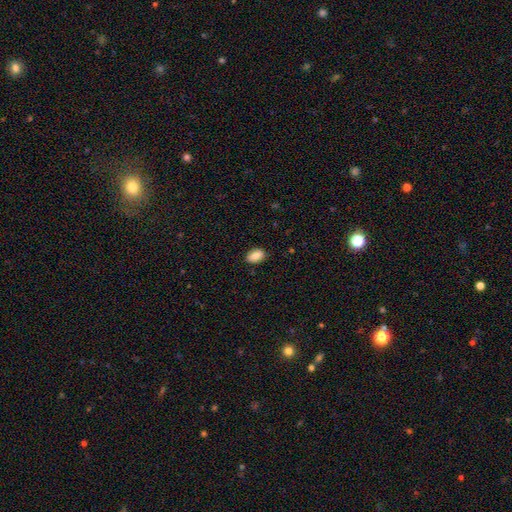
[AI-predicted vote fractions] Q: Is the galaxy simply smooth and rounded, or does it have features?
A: smooth — 86%.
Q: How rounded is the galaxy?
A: in between — 89%.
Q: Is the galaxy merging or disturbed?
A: none — 87%.